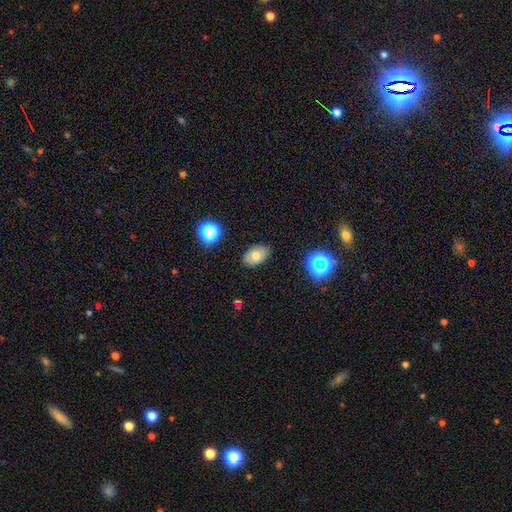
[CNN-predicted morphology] This is likely a smooth galaxy (68%). How rounded: clearly in between (87%). Merging: clearly none (84%).